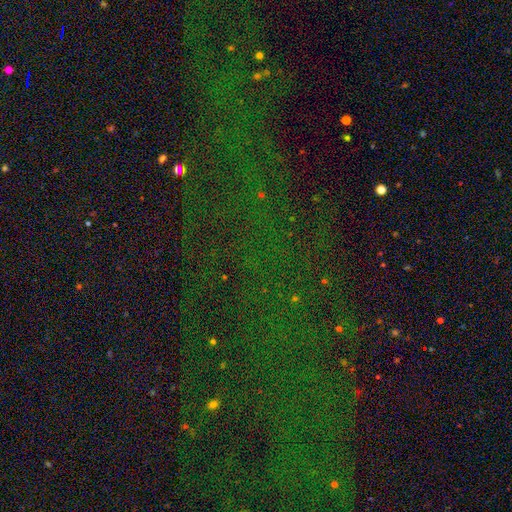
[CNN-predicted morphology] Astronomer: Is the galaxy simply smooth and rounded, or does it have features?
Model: star or artifact — 77%.